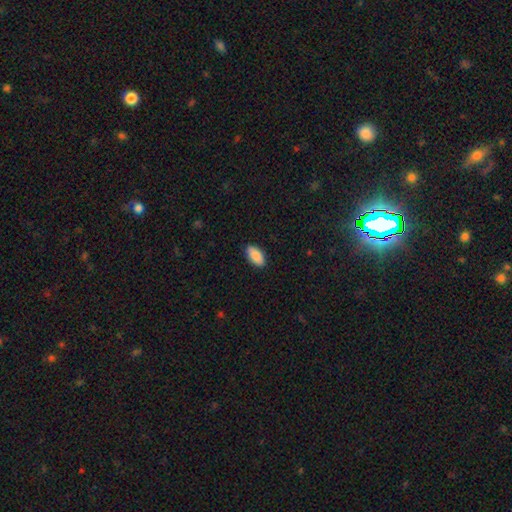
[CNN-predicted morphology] This appears to be a smooth galaxy with no disk features (88%) that is in between round and cigar-shaped (93%). Merging: none (89%).